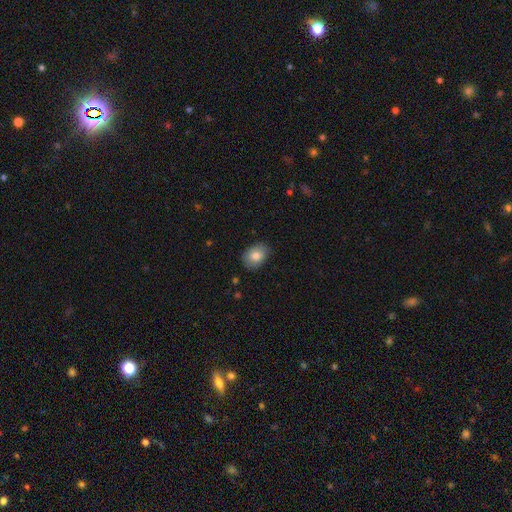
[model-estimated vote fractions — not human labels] This appears to be a smooth galaxy with no disk features (82%) that is in between round and cigar-shaped (75%). Merging: none (82%).